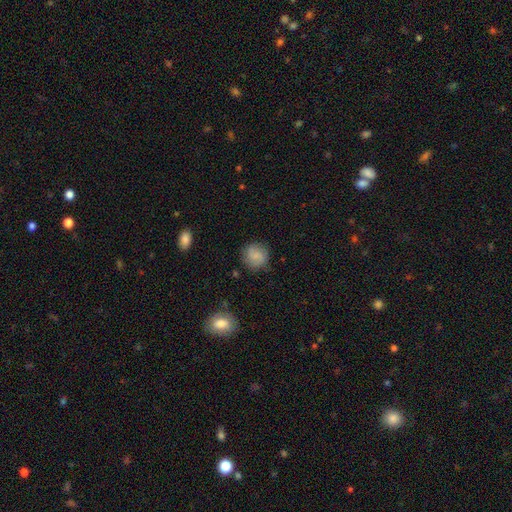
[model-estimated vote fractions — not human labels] A smooth galaxy with no disk features (73%) that is round (87%). Merging: none (80%).